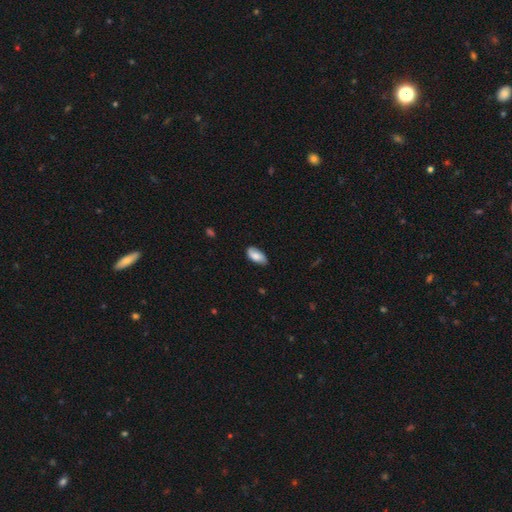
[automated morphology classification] type=smooth (76%); roundness=in between (92%); merging=none (77%).